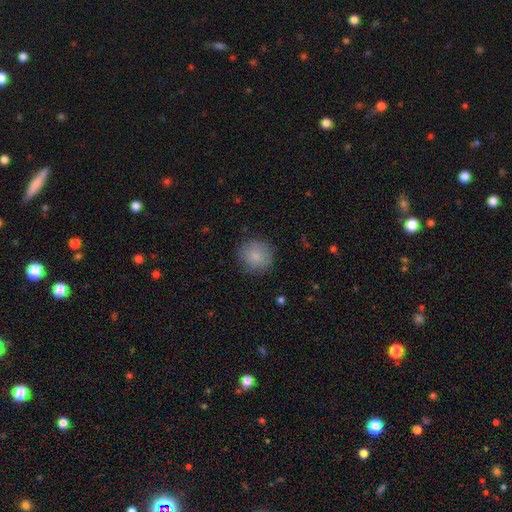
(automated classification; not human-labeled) Q: Smooth or featured?
A: smooth (83%); runner-up: featured or disk (9%)
Q: How rounded?
A: round (91%); runner-up: in between (9%)
Q: Merging?
A: none (81%); runner-up: minor disturbance (14%)